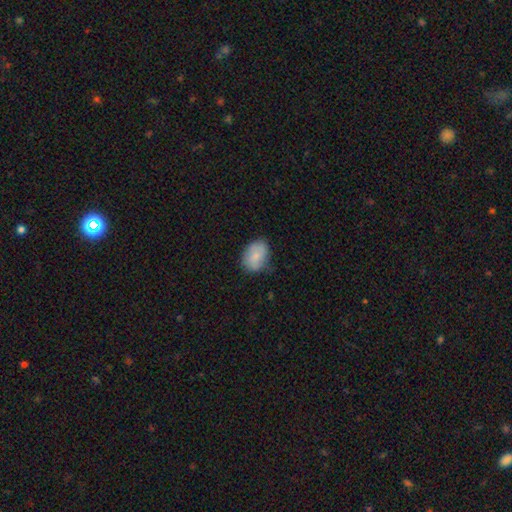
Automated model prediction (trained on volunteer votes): Smooth or featured: smooth — 79% (featured or disk — 14%)
How rounded: in between — 78% (round — 21%)
Merging: none — 66% (minor disturbance — 27%)